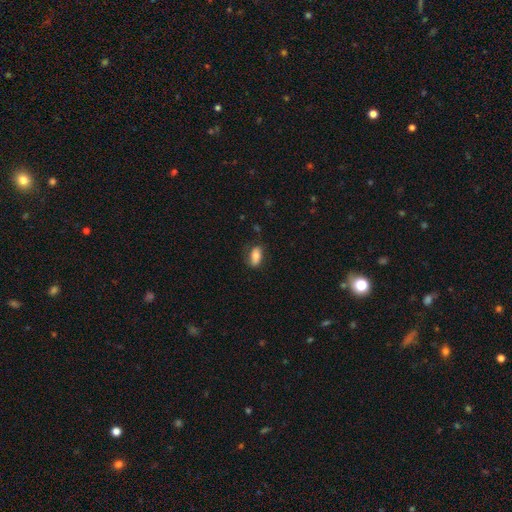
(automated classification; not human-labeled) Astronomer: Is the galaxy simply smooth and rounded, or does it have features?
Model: smooth — 75%.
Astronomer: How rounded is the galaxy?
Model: in between — 88%.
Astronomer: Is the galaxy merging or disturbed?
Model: none — 72%.